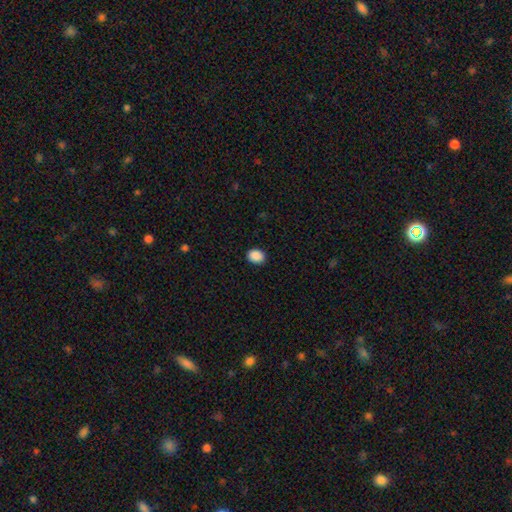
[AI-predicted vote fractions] Smooth or featured: smooth — 90% (star or artifact — 8%)
How rounded: in between — 67% (round — 32%)
Merging: none — 90% (minor disturbance — 8%)